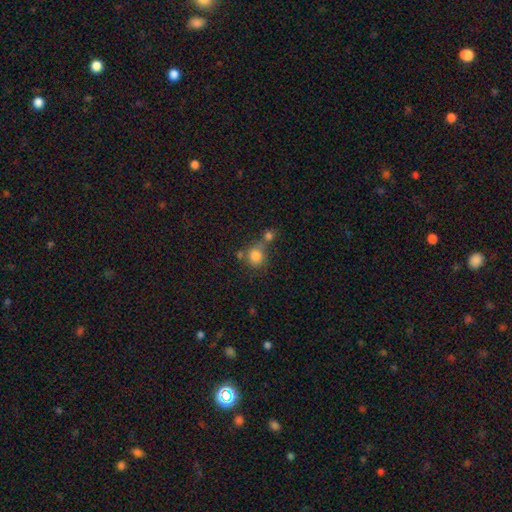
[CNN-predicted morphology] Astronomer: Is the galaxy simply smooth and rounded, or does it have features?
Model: smooth — 81%.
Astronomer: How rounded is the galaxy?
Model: round — 84%.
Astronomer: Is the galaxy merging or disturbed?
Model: none — 51% (runner-up: merger, 32%).